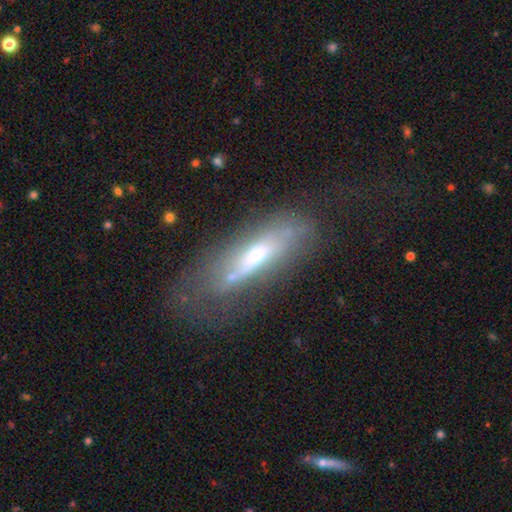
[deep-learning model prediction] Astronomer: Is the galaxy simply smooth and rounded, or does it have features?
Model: featured or disk — 53% (runner-up: smooth, 38%).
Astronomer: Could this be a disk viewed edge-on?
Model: no — 52% (runner-up: yes, 48%).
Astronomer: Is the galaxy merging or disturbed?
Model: none — 48% (runner-up: minor disturbance, 26%).